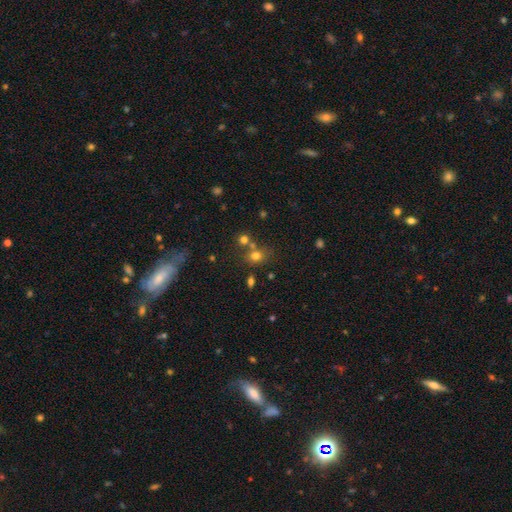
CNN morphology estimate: Smooth or featured? smooth (70%)
How rounded? round (66%)
Merging? none (56%)